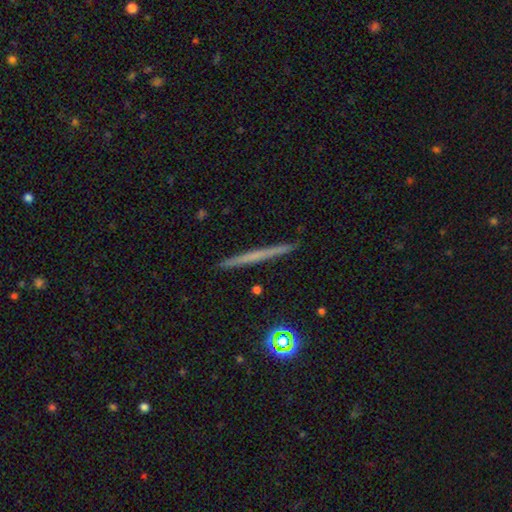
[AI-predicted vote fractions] The model was most divided on "smooth or featured": featured or disk: 51%, smooth: 41%, star or artifact: 8%. More confident: edge-on disk — yes (97%); merging — none (93%).